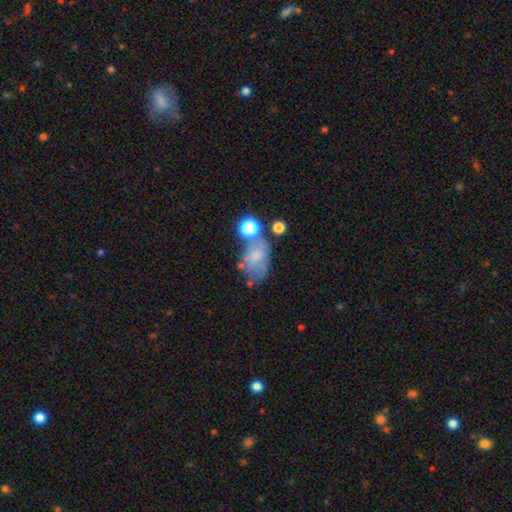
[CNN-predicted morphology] Q: Smooth or featured?
A: smooth (58%); runner-up: featured or disk (28%)
Q: How rounded?
A: in between (86%); runner-up: round (12%)
Q: Merging?
A: none (38%); runner-up: minor disturbance (25%)